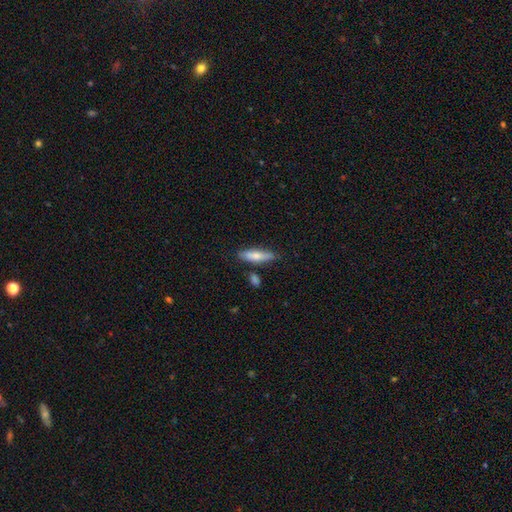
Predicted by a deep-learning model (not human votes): The model was most divided on "how rounded": cigar-shaped: 65%, in between: 33%, round: 2%. More confident: merging — none (76%); smooth or featured — smooth (71%).